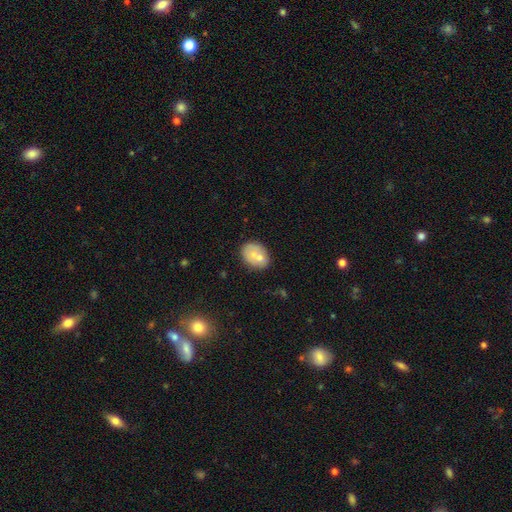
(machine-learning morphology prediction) Q: Smooth or featured?
A: smooth (63%); runner-up: featured or disk (29%)
Q: How rounded?
A: in between (63%); runner-up: round (36%)
Q: Merging?
A: none (50%); runner-up: merger (27%)